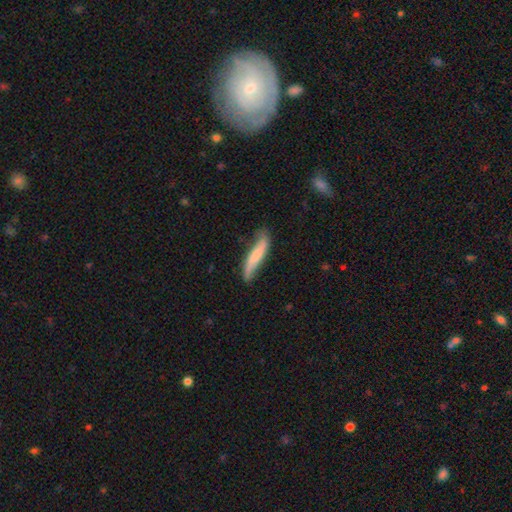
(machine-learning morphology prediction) Smooth or featured? smooth (57%)
How rounded? cigar-shaped (85%)
Merging? none (61%)